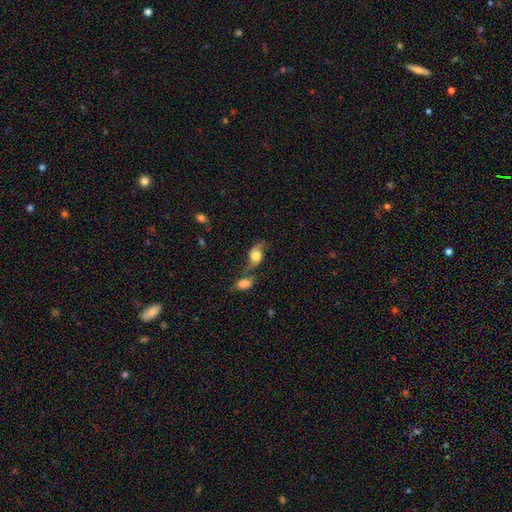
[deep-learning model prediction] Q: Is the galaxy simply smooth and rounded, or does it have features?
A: smooth — 47%.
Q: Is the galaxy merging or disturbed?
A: none — 40%.